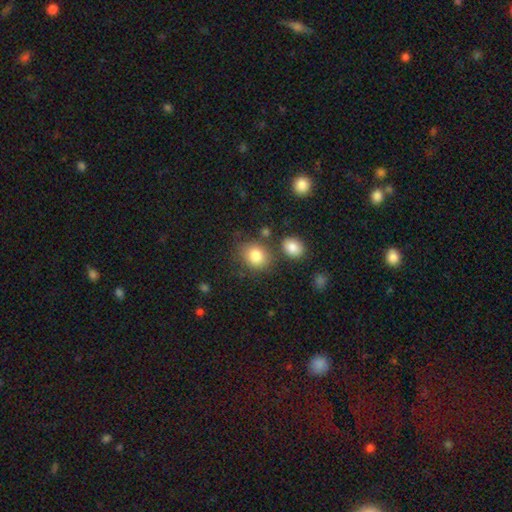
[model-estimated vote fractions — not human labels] Morphology: type=smooth (83%); roundness=round (64%); merging=none (71%).